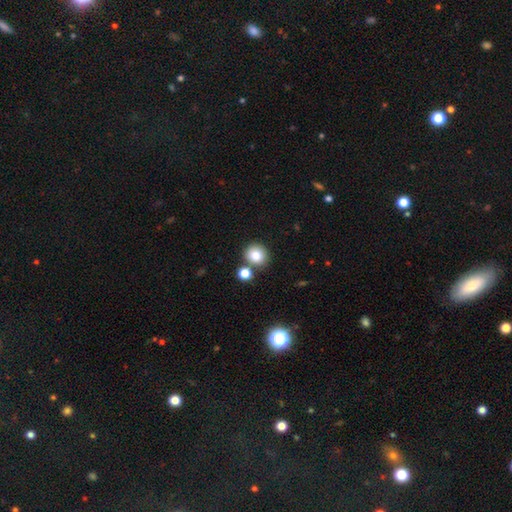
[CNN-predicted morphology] The model was most divided on "merging": none: 75%, merger: 15%, minor disturbance: 8%, major disturbance: 3%. More confident: how rounded — round (89%); smooth or featured — smooth (80%).